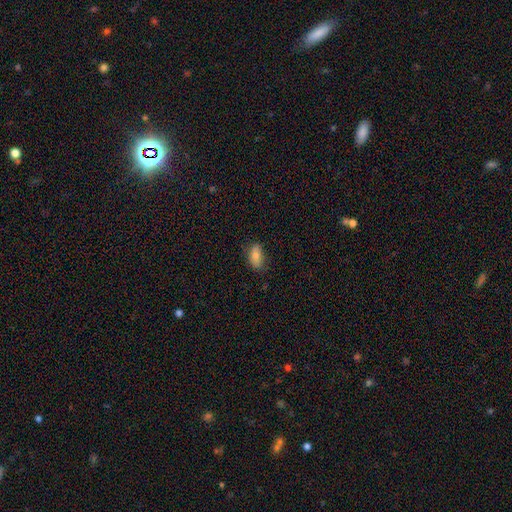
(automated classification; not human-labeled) Smooth or featured: smooth — 79% (featured or disk — 13%)
How rounded: in between — 91% (round — 5%)
Merging: none — 74% (minor disturbance — 21%)